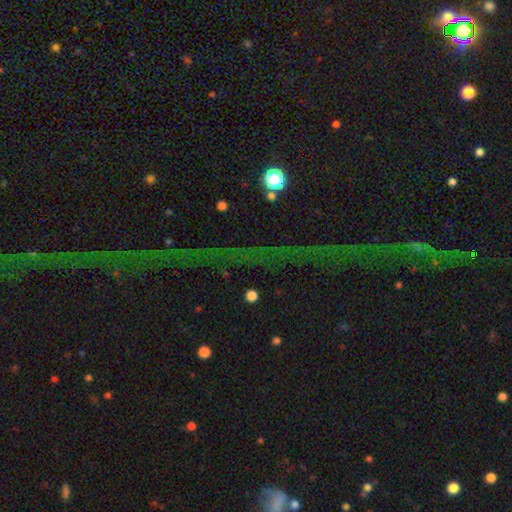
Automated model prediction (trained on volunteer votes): star or artifact 76%, featured or disk 14%, smooth 10%.